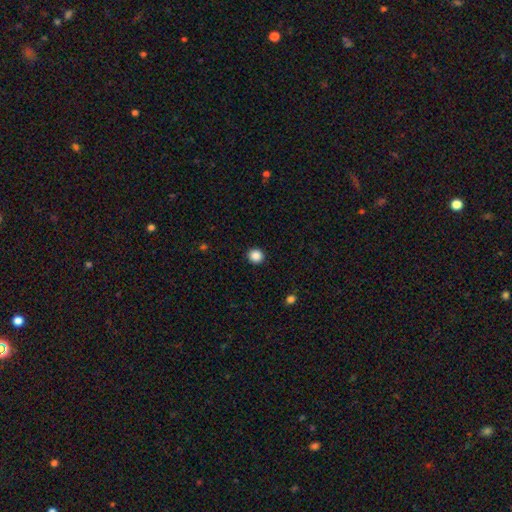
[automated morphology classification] Smooth or featured?
  - smooth: 87% *
  - star or artifact: 10%
  - featured or disk: 3%
How rounded?
  - round: 92% *
  - in between: 7%
  - cigar-shaped: 1%
Merging?
  - none: 92% *
  - minor disturbance: 5%
  - major disturbance: 2%
  - merger: 1%